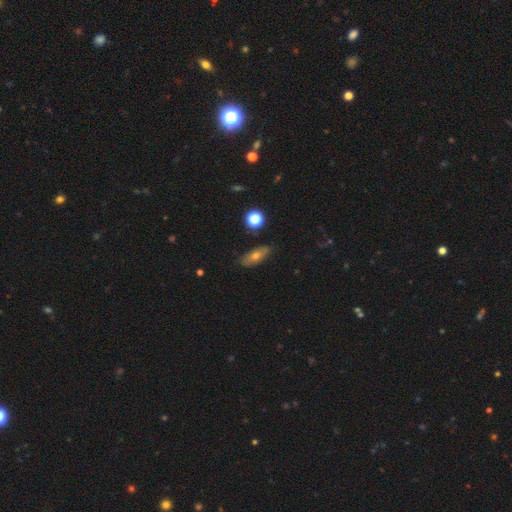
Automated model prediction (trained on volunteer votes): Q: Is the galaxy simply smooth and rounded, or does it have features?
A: smooth — 58%.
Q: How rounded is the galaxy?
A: in between — 70%.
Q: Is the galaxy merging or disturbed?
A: none — 82%.